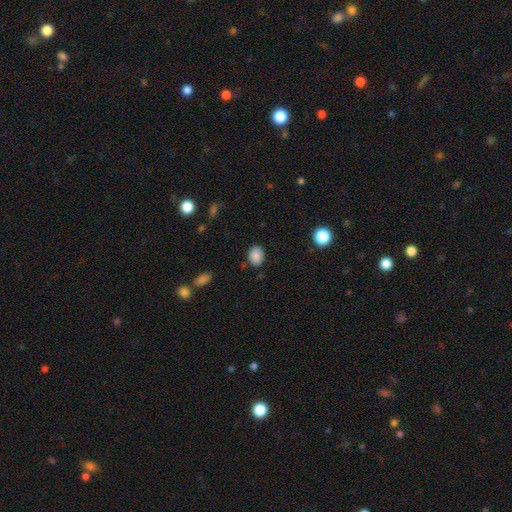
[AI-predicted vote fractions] Smooth or featured?
  - smooth: 87% *
  - star or artifact: 8%
  - featured or disk: 5%
How rounded?
  - in between: 69% *
  - round: 31%
  - cigar-shaped: 1%
Merging?
  - none: 84% *
  - minor disturbance: 11%
  - major disturbance: 3%
  - merger: 2%